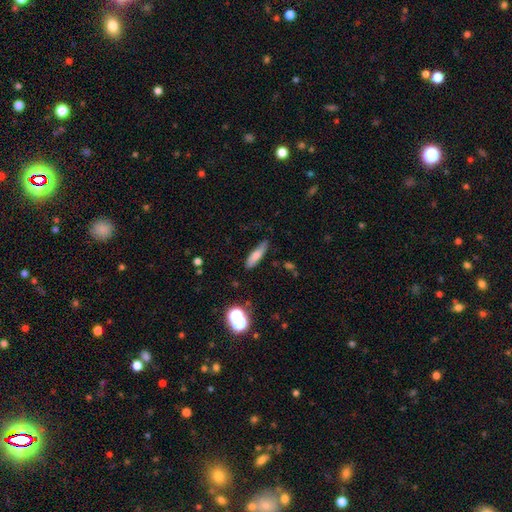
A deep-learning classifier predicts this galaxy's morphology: smooth 70%, featured or disk 20%, star or artifact 9%. Down the decision tree: how rounded — cigar-shaped (64%); merging — none (75%).